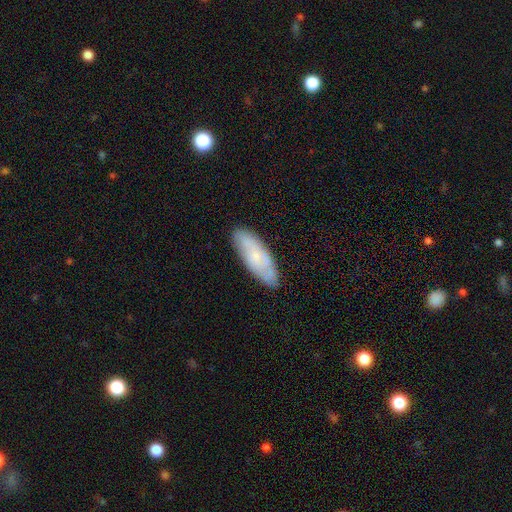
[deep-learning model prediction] Smooth or featured: smooth — 58% (featured or disk — 36%)
How rounded: in between — 63% (cigar-shaped — 35%)
Merging: none — 80% (minor disturbance — 15%)